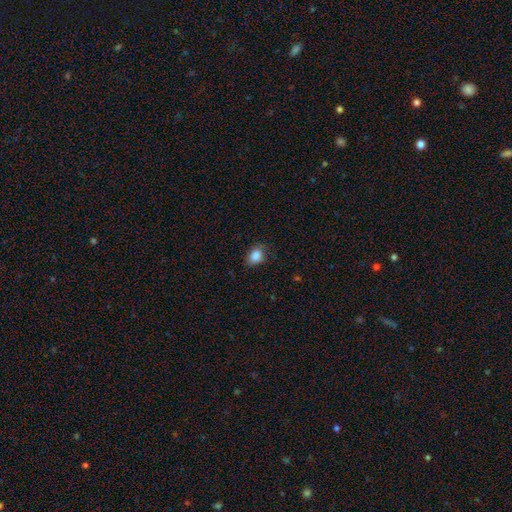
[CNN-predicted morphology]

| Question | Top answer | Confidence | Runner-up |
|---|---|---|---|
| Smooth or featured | smooth | 86% | star or artifact (9%) |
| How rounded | in between | 66% | round (33%) |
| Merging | none | 73% | minor disturbance (21%) |